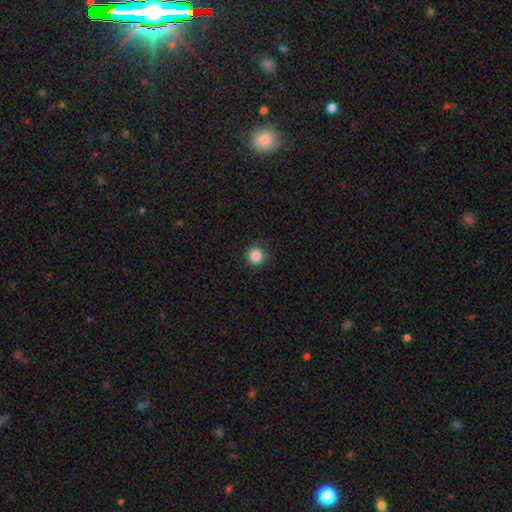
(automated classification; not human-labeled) A smooth galaxy with no disk features (85%) that is round (95%). Merging: none (88%).